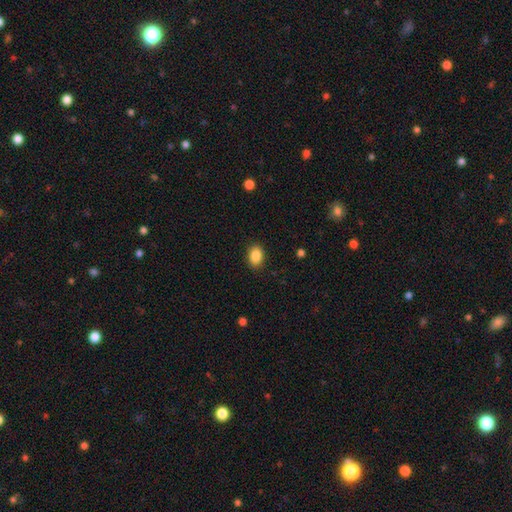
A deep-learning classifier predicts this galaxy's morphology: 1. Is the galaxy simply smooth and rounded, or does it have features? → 88% smooth, 8% star or artifact, 4% featured or disk.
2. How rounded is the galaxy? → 81% in between, 18% round, 1% cigar-shaped.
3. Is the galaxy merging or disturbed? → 89% none, 8% minor disturbance, 2% major disturbance, 1% merger.